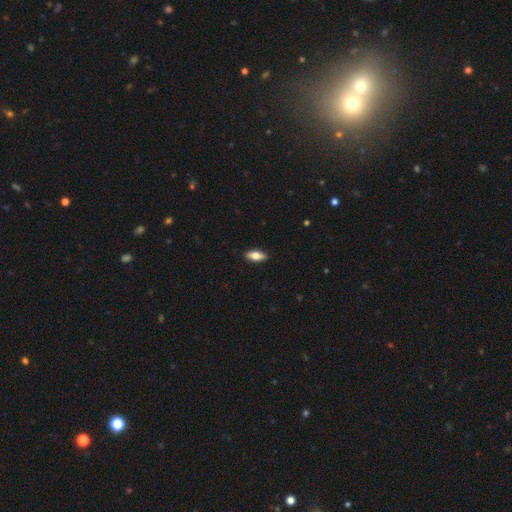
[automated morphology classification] Smooth or featured: smooth — 76% (featured or disk — 18%)
How rounded: in between — 79% (cigar-shaped — 19%)
Merging: none — 90% (minor disturbance — 8%)